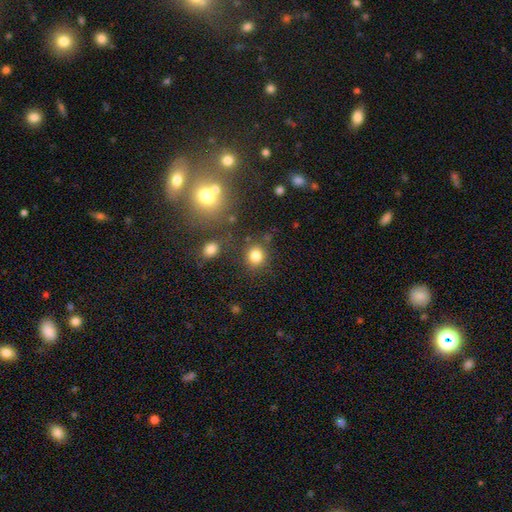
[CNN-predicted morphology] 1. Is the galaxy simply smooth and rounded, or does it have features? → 82% smooth, 13% star or artifact, 6% featured or disk.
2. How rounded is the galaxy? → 78% round, 21% in between, 1% cigar-shaped.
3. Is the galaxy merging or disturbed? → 78% none, 11% minor disturbance, 6% merger, 4% major disturbance.